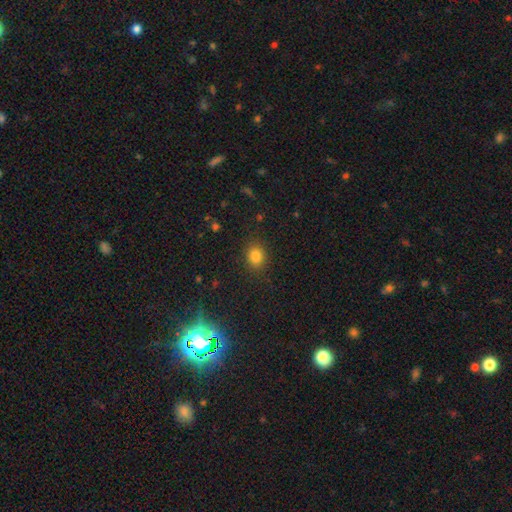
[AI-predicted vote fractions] The model was most divided on "how rounded": round: 62%, in between: 37%, cigar-shaped: 1%. More confident: merging — none (86%); smooth or featured — smooth (82%).